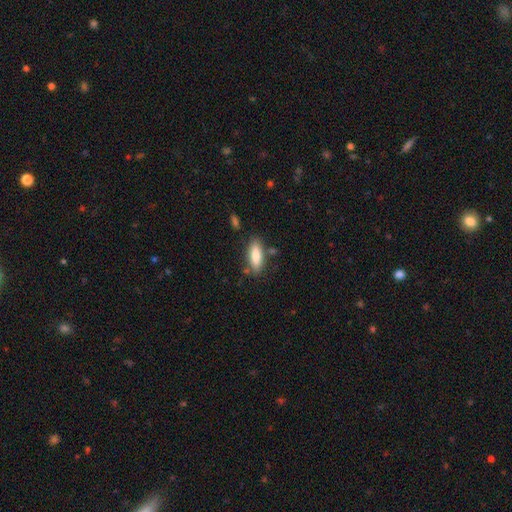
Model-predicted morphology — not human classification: smooth 82%, featured or disk 12%, star or artifact 6%. Down the decision tree: how rounded — in between (63%); merging — none (78%).